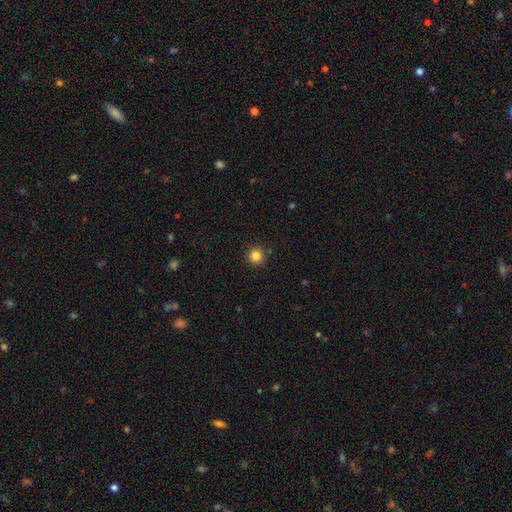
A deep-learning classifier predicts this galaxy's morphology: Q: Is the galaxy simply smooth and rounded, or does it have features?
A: smooth — 84%.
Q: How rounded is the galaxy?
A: round — 95%.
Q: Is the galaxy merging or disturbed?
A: none — 90%.